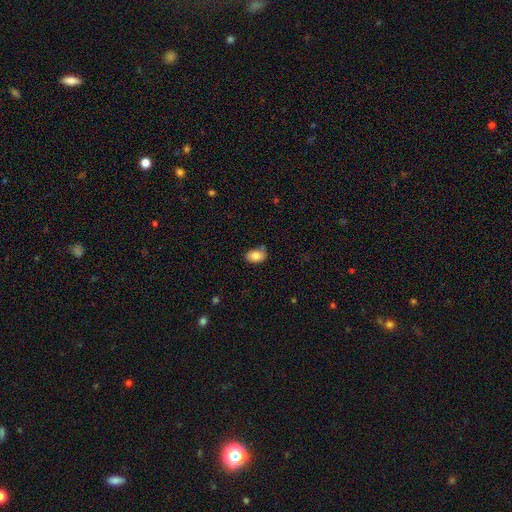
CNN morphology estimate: smooth-or-featured: smooth: 81% | featured or disk: 11% | star or artifact: 8%
  how-rounded: in between: 85% | round: 14% | cigar-shaped: 1%
  merging: none: 68% | minor disturbance: 23% | merger: 5% | major disturbance: 5%